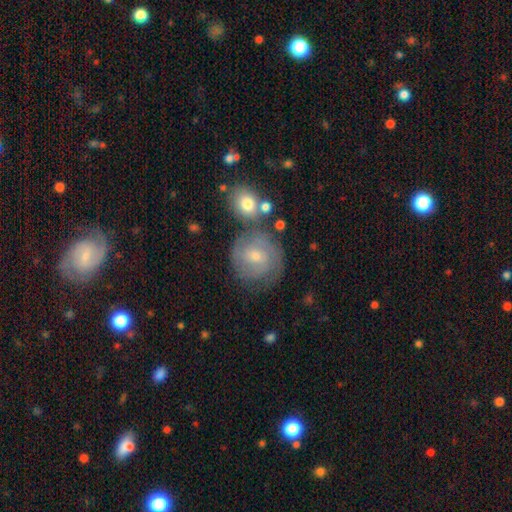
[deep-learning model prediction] The model was most divided on "bar": no: 49%, weak: 44%, strong: 7%. Remaining: edge-on disk — no (97%); spiral arms — yes (87%); merging — none (64%); smooth or featured — featured or disk (61%); spiral winding — tight (60%); bulge size — small (55%); spiral arm count — 2 (40%).